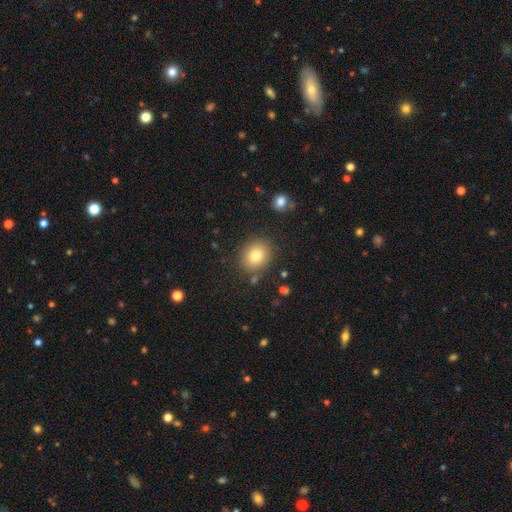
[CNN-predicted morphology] Smooth or featured? Predicted: smooth (p=0.80). How rounded? Predicted: round (p=0.70). Merging? Predicted: none (p=0.84).